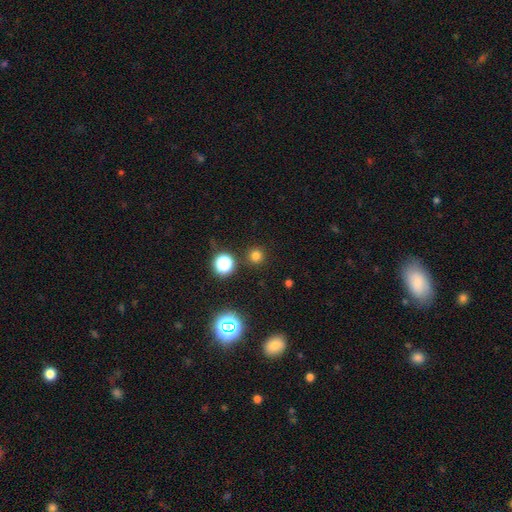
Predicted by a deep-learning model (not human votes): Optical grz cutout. It shows a smooth galaxy with no disk features (74%) that is round (95%). Merging: none (90%).